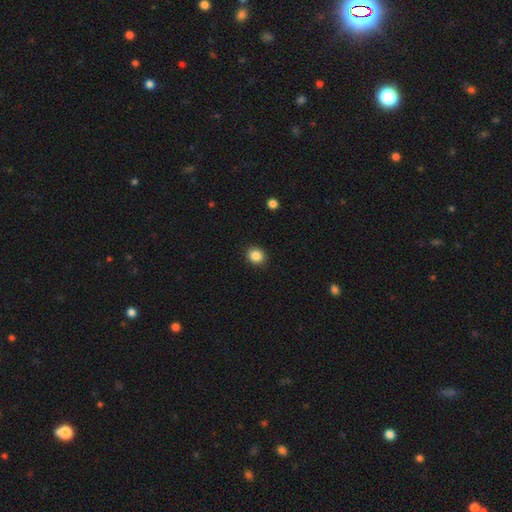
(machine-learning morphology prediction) type=smooth (86%); roundness=round (73%); merging=none (91%).